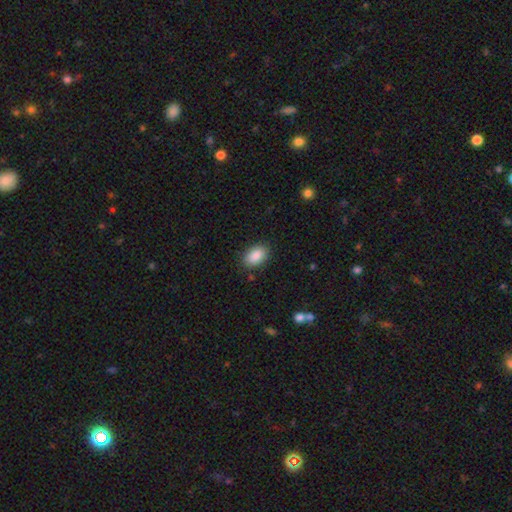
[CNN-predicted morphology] Smooth or featured: smooth — 89% (star or artifact — 7%)
How rounded: in between — 91% (round — 8%)
Merging: none — 86% (minor disturbance — 10%)